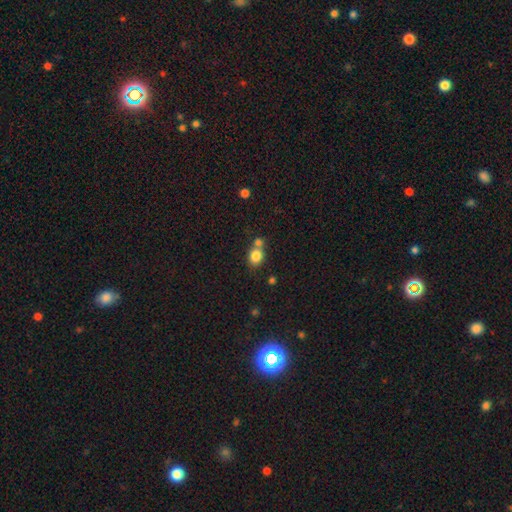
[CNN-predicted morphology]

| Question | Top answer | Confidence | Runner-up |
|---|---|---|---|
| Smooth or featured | smooth | 83% | star or artifact (10%) |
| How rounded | round | 67% | in between (32%) |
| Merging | none | 52% | merger (35%) |